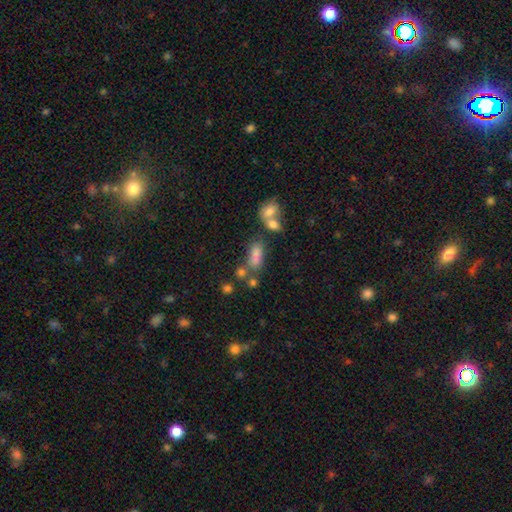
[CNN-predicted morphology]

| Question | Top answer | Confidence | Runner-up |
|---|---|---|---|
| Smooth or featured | smooth | 74% | star or artifact (14%) |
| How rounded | in between | 74% | cigar-shaped (16%) |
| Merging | none | 42% | merger (32%) |